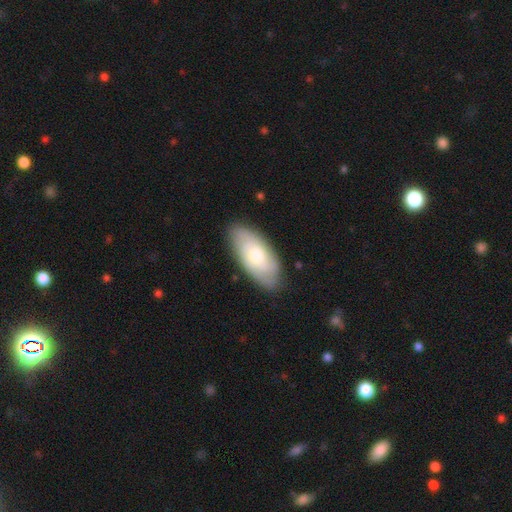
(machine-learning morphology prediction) smooth-or-featured: featured or disk: 48% | smooth: 46% | star or artifact: 6%
  merging: none: 83% | minor disturbance: 13% | major disturbance: 3% | merger: 1%